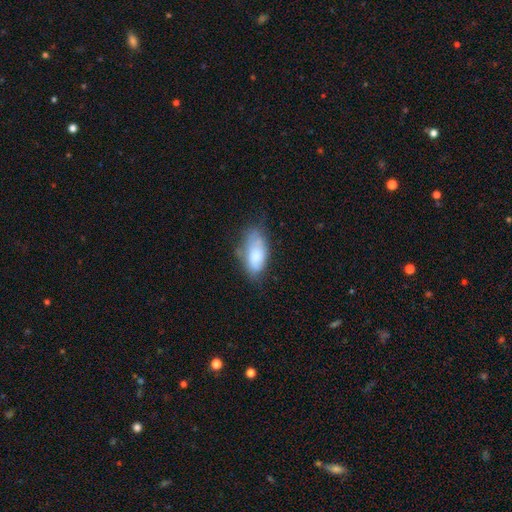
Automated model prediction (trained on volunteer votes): Morphology: type=smooth (71%); roundness=in between (92%); merging=none (45%).